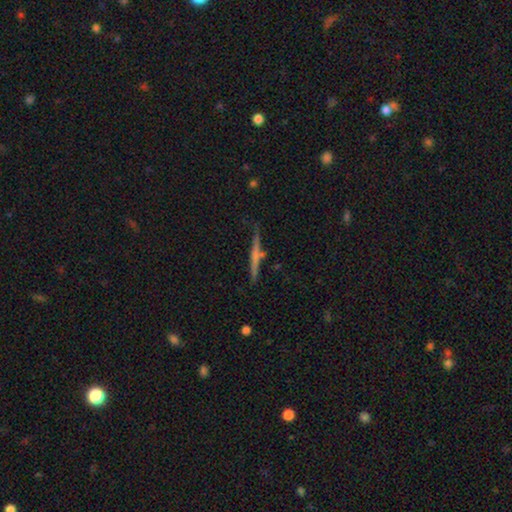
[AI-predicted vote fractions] Smooth or featured?
  - featured or disk: 54% *
  - smooth: 38%
  - star or artifact: 8%
Edge-on disk?
  - yes: 96% *
  - no: 4%
Edge-on bulge?
  - none: 63% *
  - rounded: 26%
  - boxy: 11%
Merging?
  - none: 76% *
  - minor disturbance: 14%
  - merger: 6%
  - major disturbance: 4%